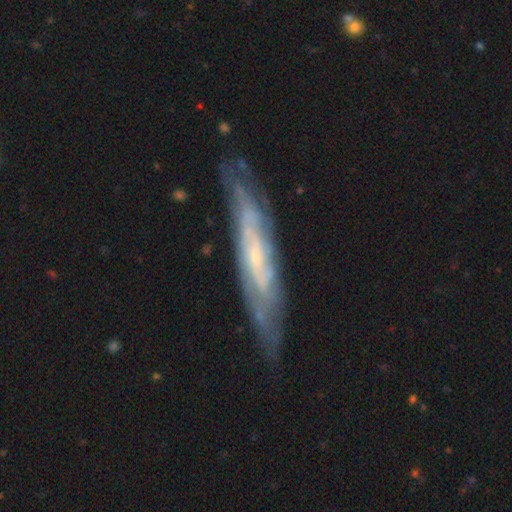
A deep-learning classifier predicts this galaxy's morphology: This is likely a featured or disk galaxy (78%). It is possibly not viewed edge-on (54%). Merging: likely none (76%).